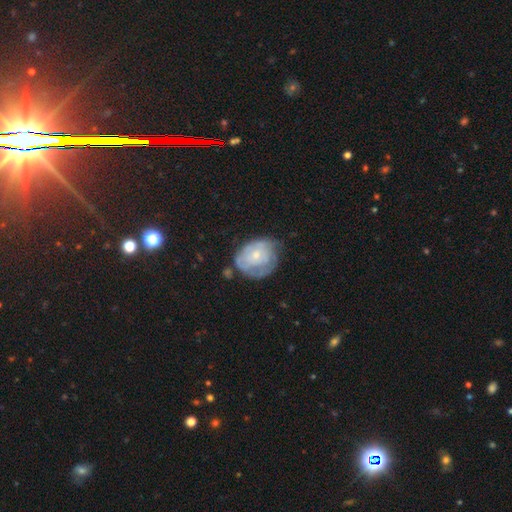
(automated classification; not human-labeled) A featured or disk galaxy (54%) with no bar (84%), spiral arms (55%) and a small central bulge (59%).

Vote fractions:
- Smooth or featured? featured or disk: 54% / smooth: 39% / star or artifact: 7%
- Edge-on disk? no: 97% / yes: 3%
- Bar? no: 84% / weak: 14% / strong: 2%
- Spiral arms? yes: 55% / no: 45%
- Bulge size? small: 59% / moderate: 33% / none: 4% / large: 3% / dominant: 1%
- Merging? none: 49% / minor disturbance: 32% / major disturbance: 16% / merger: 4%